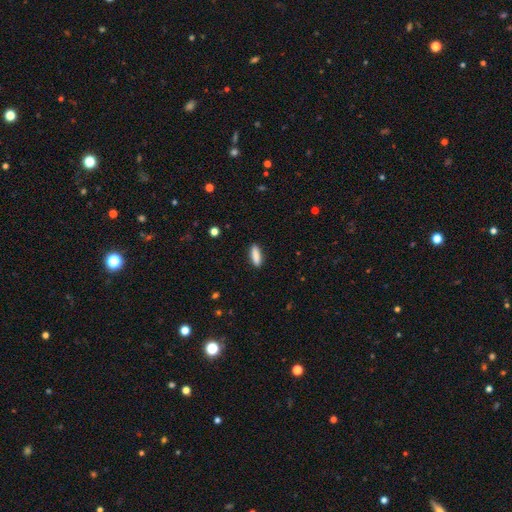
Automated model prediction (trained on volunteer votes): Smooth or featured? smooth (87%)
How rounded? cigar-shaped (52%)
Merging? none (89%)